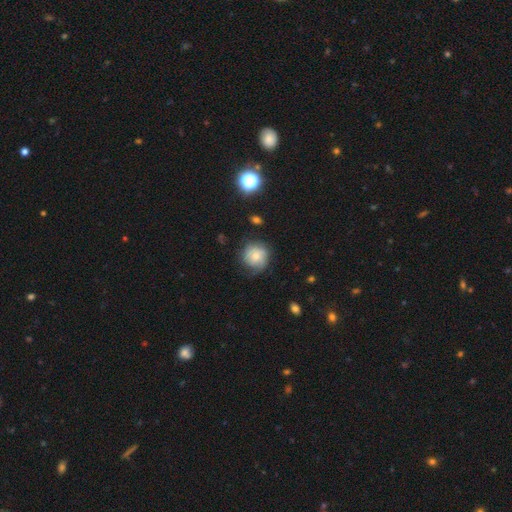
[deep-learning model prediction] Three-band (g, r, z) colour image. It shows a smooth galaxy with no disk features (63%) that is round (89%). Merging: none (63%).